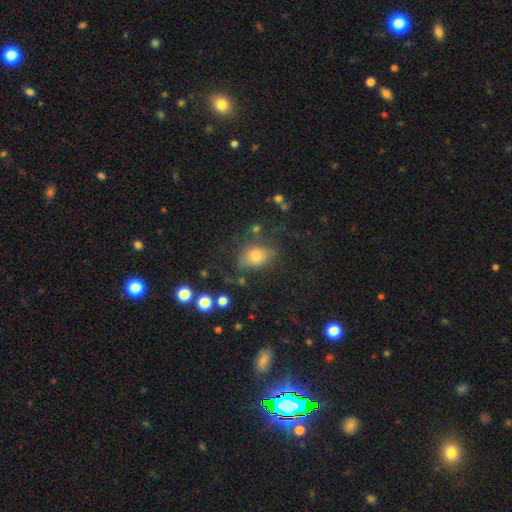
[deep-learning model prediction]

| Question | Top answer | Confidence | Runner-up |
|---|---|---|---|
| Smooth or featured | smooth | 71% | star or artifact (15%) |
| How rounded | in between | 74% | round (24%) |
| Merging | none | 63% | minor disturbance (21%) |